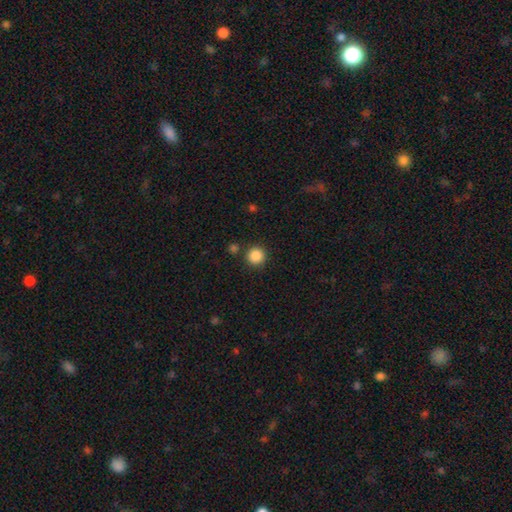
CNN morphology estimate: smooth 87%, star or artifact 10%, featured or disk 3%. Down the decision tree: how rounded — round (95%); merging — none (87%).